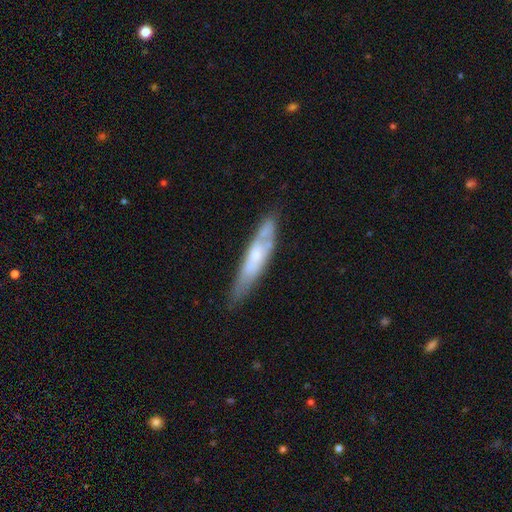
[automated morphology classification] This is possibly a featured or disk galaxy (52%). It is possibly viewed edge-on (54%). Merging: likely none (65%).